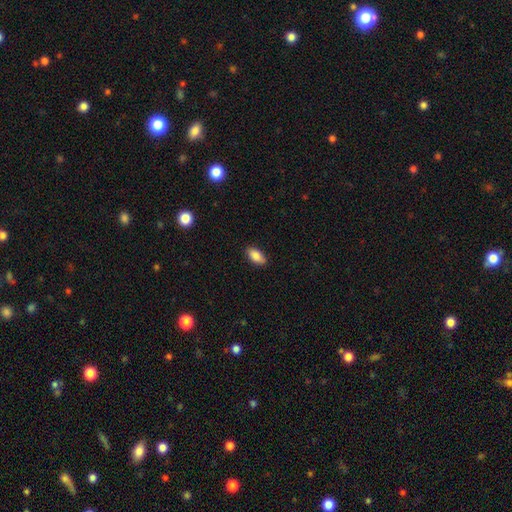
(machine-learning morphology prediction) A smooth galaxy with no disk features (87%) that is in between round and cigar-shaped (92%).

Vote fractions:
- Smooth or featured? smooth: 87% / star or artifact: 7% / featured or disk: 7%
- How rounded? in between: 92% / cigar-shaped: 5% / round: 3%
- Merging? none: 87% / minor disturbance: 10% / major disturbance: 2% / merger: 1%